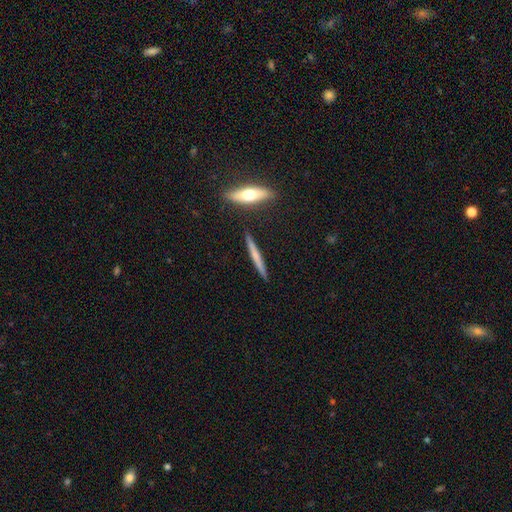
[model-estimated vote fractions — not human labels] Smooth or featured?
  - smooth: 51% *
  - featured or disk: 43%
  - star or artifact: 6%
How rounded?
  - cigar-shaped: 94% *
  - in between: 4%
  - round: 2%
Merging?
  - none: 88% *
  - minor disturbance: 8%
  - merger: 3%
  - major disturbance: 2%